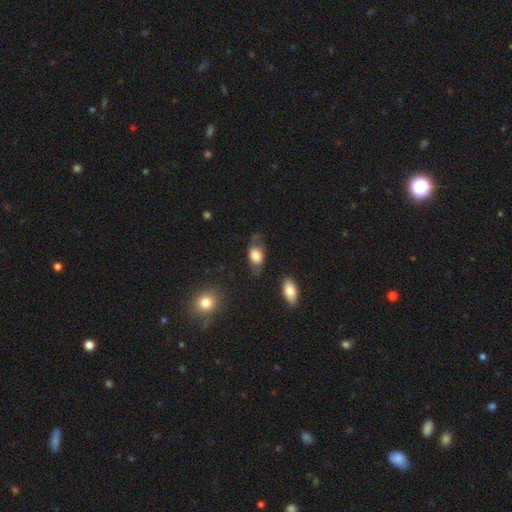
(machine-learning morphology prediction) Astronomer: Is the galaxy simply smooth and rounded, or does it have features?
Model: smooth — 78%.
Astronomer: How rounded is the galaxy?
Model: in between — 81%.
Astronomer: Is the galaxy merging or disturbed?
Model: none — 59%.